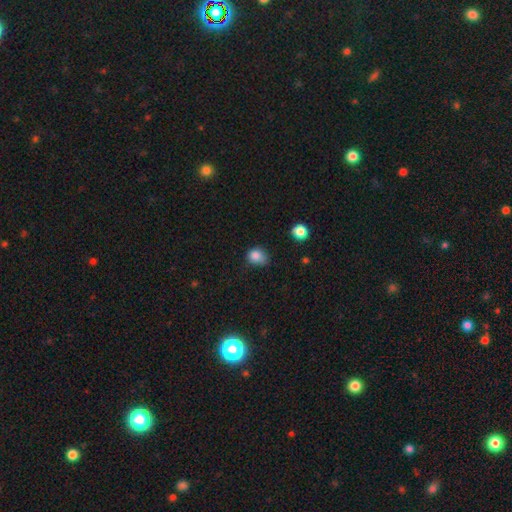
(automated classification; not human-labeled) A smooth galaxy with no disk features (83%) that is round (53%).

Vote fractions:
- Smooth or featured? smooth: 83% / star or artifact: 11% / featured or disk: 5%
- How rounded? round: 53% / in between: 46% / cigar-shaped: 1%
- Merging? none: 48% / minor disturbance: 39% / major disturbance: 11% / merger: 3%